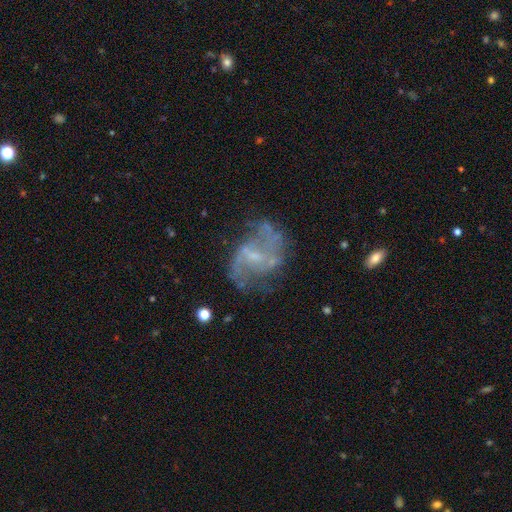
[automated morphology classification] featured or disk 79%, smooth 11%, star or artifact 9%. Down the decision tree: edge-on disk — no (97%); bar — weak (52%); spiral arms — yes (80%); spiral arm count — 2 (75%); spiral winding — loose (49%); bulge size — small (50%); merging — none (56%).